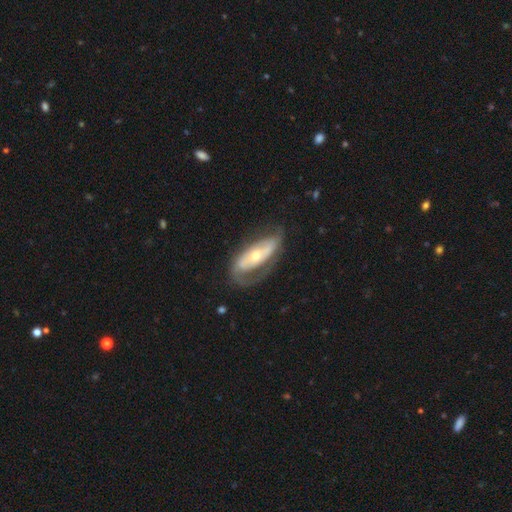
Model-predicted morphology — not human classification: This is likely a featured or disk galaxy (76%). It is clearly not viewed edge-on (89%). Bar: possibly no (59%). Spiral arm pattern: likely yes (80%). Spiral arm count: possibly 2 (57%). Spiral winding: marginally medium (37%, tied with tight). Central bulge: possibly moderate (55%). Merging: possibly none (53%).